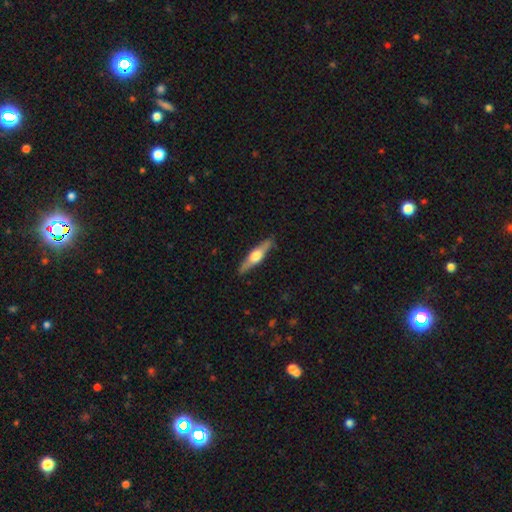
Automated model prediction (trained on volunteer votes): A featured or disk galaxy (63%) viewed edge-on (96%) with a rounded central bulge (92%).

Vote fractions:
- Smooth or featured? featured or disk: 63% / smooth: 32% / star or artifact: 5%
- Edge-on disk? yes: 96% / no: 4%
- Edge-on bulge? rounded: 92% / boxy: 6% / none: 2%
- Merging? none: 88% / minor disturbance: 9% / major disturbance: 2% / merger: 1%